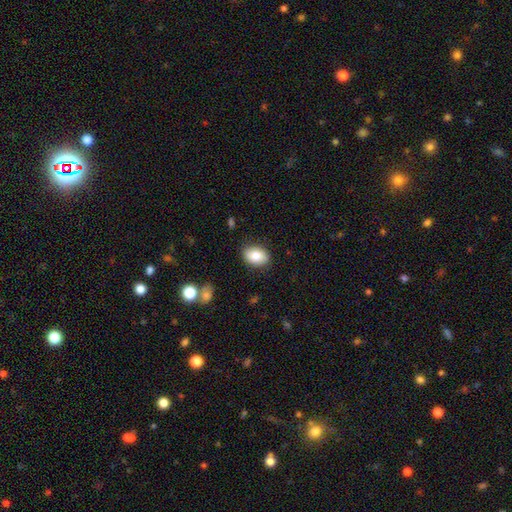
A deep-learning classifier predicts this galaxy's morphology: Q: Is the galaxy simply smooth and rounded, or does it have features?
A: smooth — 81%.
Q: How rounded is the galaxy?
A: in between — 79%.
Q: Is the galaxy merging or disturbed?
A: none — 85%.